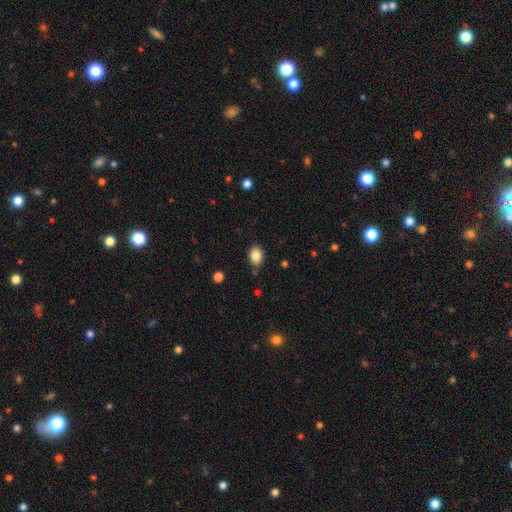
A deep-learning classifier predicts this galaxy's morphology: A smooth galaxy with no disk features (85%) that is in between round and cigar-shaped (70%).

Vote fractions:
- Smooth or featured? smooth: 85% / star or artifact: 9% / featured or disk: 6%
- How rounded? in between: 70% / round: 29% / cigar-shaped: 1%
- Merging? none: 77% / minor disturbance: 18% / major disturbance: 3% / merger: 2%